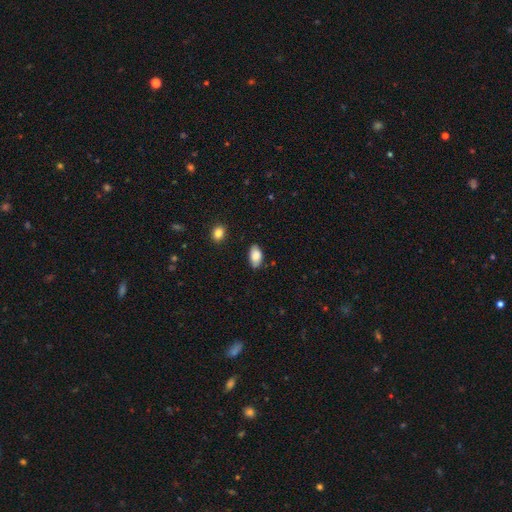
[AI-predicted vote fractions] Smooth or featured? smooth (85%)
How rounded? in between (93%)
Merging? none (78%)